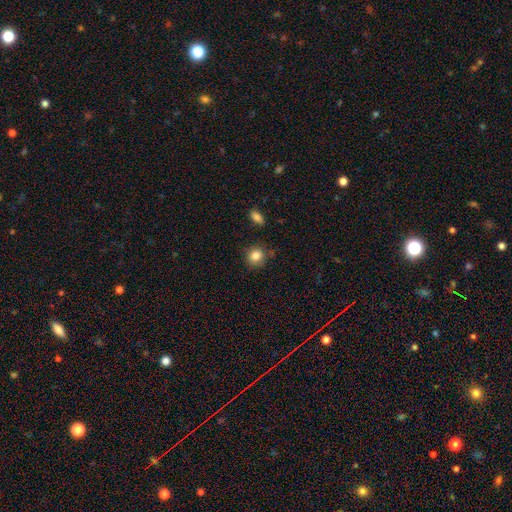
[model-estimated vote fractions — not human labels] smooth 85%, star or artifact 9%, featured or disk 6%. Down the decision tree: how rounded — round (84%); merging — none (82%).